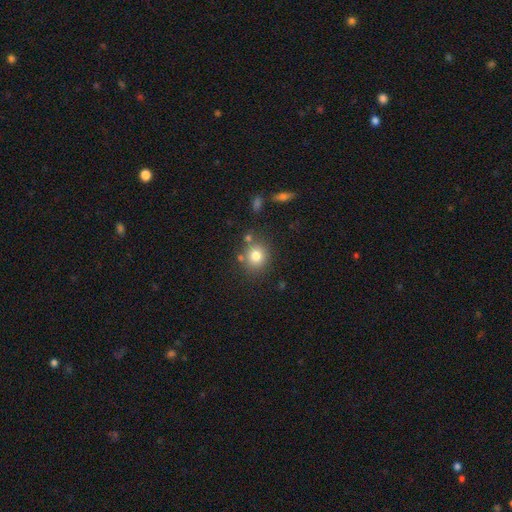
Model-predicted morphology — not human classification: smooth-or-featured: smooth: 79% | star or artifact: 12% | featured or disk: 9%
  how-rounded: round: 80% | in between: 20% | cigar-shaped: 1%
  merging: none: 74% | minor disturbance: 12% | merger: 10% | major disturbance: 4%